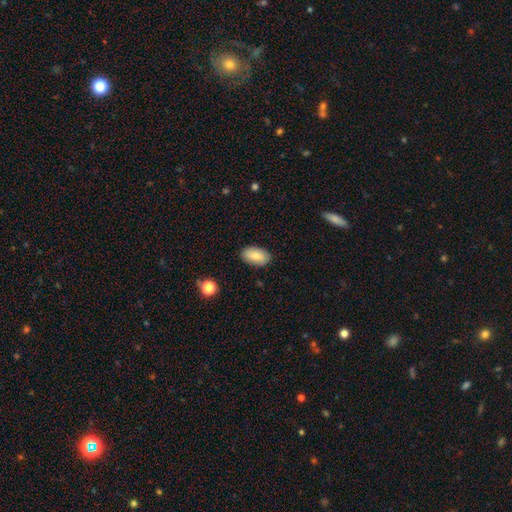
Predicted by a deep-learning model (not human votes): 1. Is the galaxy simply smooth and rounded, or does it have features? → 81% smooth, 12% featured or disk, 7% star or artifact.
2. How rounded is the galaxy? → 93% in between, 4% round, 2% cigar-shaped.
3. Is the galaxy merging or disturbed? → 86% none, 10% minor disturbance, 2% major disturbance, 1% merger.